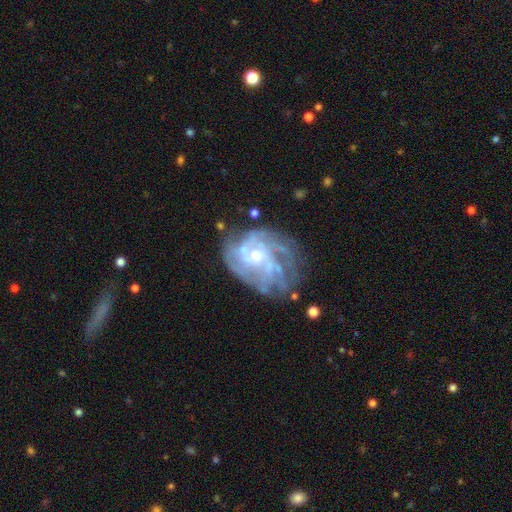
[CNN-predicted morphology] This appears to be a featured or disk galaxy (83%) with no bar (73%), tight (55%) spiral arms (88%) and a small central bulge (56%). Merging: none (56%).